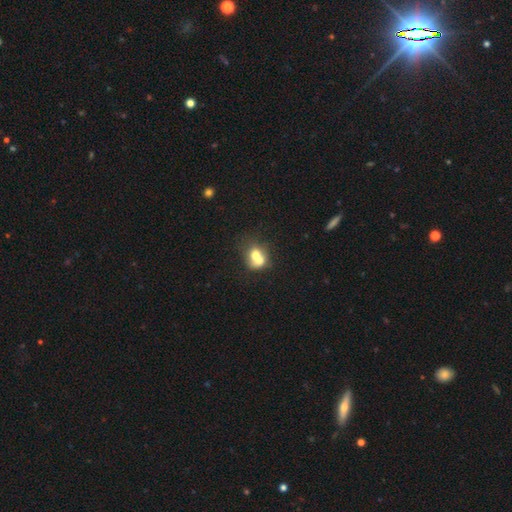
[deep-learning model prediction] Morphology: type=smooth (65%); roundness=round (60%); merging=merger (68%).